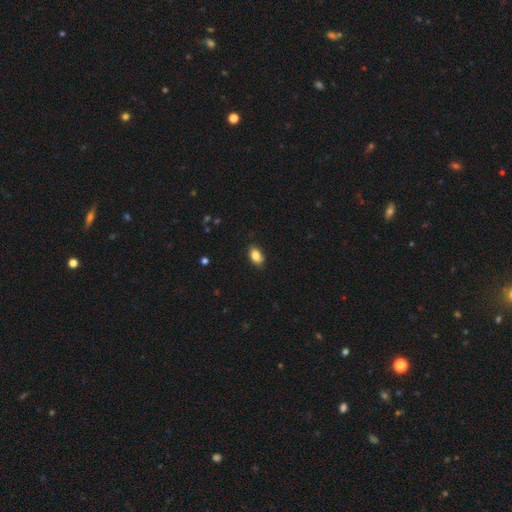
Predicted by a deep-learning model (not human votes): smooth_or_featured: smooth (p=0.85) [alt: star or artifact p=0.08]
how_rounded: in between (p=0.89) [alt: round p=0.09]
merging: none (p=0.84) [alt: minor disturbance p=0.13]